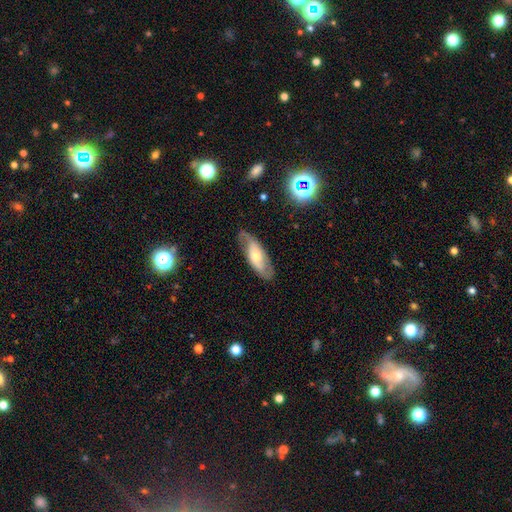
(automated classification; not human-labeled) featured or disk 59%, smooth 35%, star or artifact 6%. Down the decision tree: edge-on disk — no (81%); merging — none (72%).